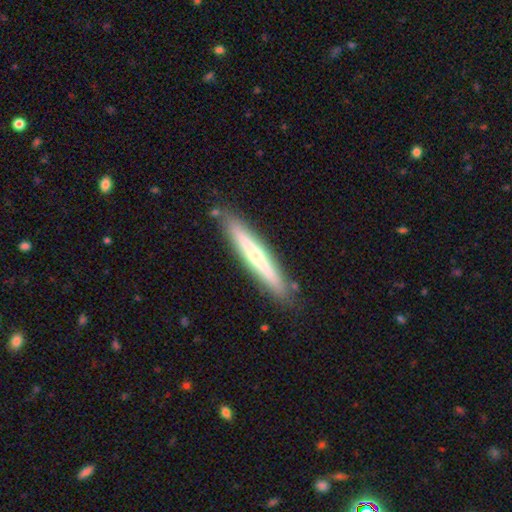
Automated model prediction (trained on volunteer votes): Morphology: type=featured or disk (55%); edge-on=yes (95%); edge-on bulge=rounded (68%); merging=none (87%).